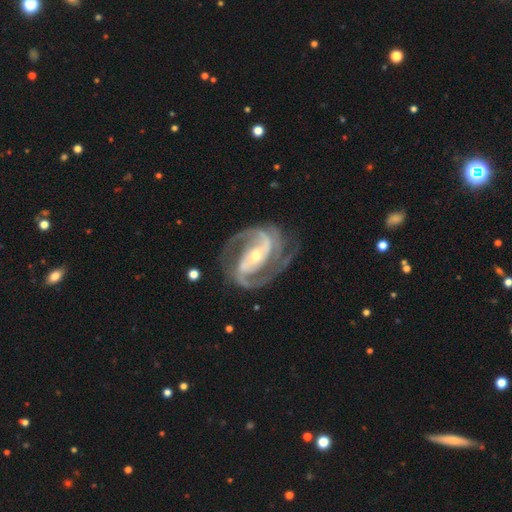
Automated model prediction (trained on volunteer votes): Smooth or featured: featured or disk — 93% (star or artifact — 4%)
Edge-on disk: no — 97% (yes — 3%)
Bar: strong — 51% (weak — 29%)
Spiral arms: yes — 98% (no — 2%)
Spiral winding: medium — 56% (tight — 32%)
Spiral arm count: 2 — 74% (3 — 15%)
Bulge size: small — 53% (moderate — 43%)
Merging: none — 73% (minor disturbance — 16%)